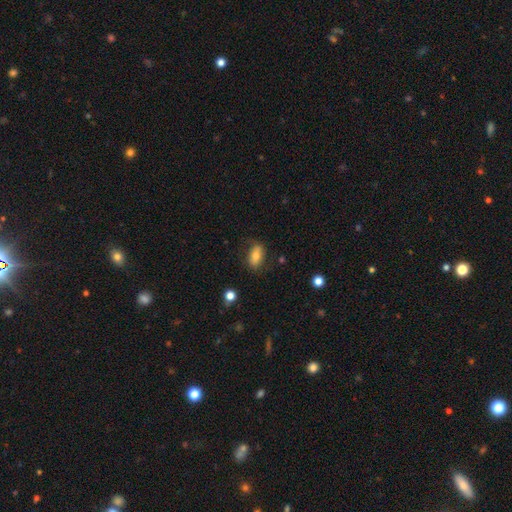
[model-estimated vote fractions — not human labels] Smooth or featured: smooth — 74% (featured or disk — 18%)
How rounded: in between — 88% (cigar-shaped — 6%)
Merging: none — 73% (minor disturbance — 19%)